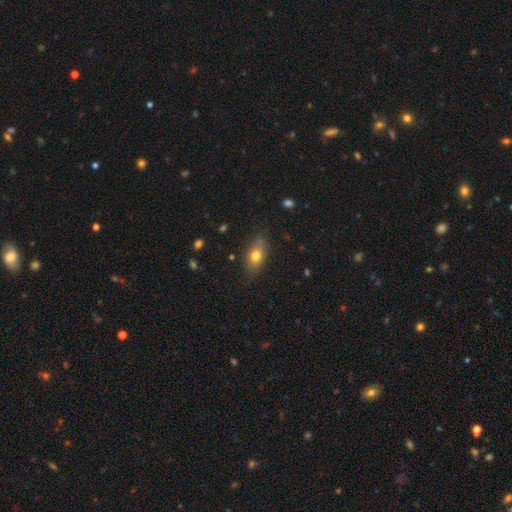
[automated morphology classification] Smooth or featured: smooth — 73% (featured or disk — 18%)
How rounded: in between — 81% (round — 11%)
Merging: none — 75% (minor disturbance — 19%)